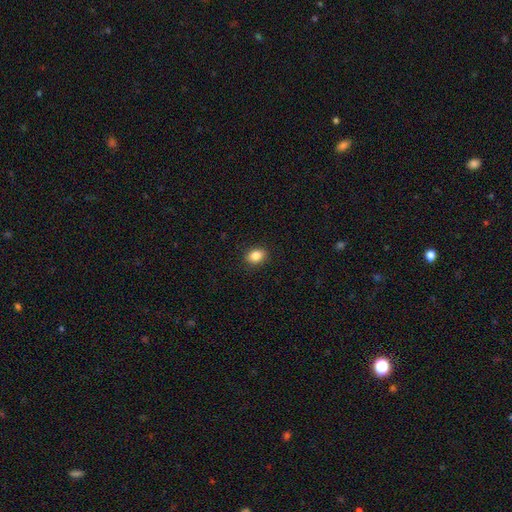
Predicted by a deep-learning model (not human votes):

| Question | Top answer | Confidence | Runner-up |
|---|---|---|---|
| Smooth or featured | smooth | 86% | star or artifact (9%) |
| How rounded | in between | 69% | round (29%) |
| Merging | none | 90% | minor disturbance (7%) |